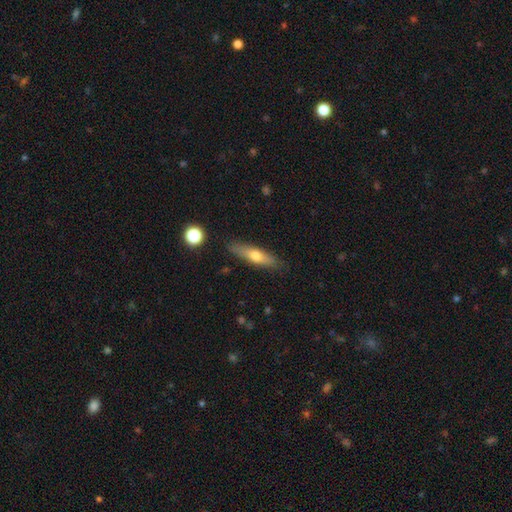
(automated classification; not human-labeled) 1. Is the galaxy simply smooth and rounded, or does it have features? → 56% smooth, 37% featured or disk, 7% star or artifact.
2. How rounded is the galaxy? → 70% cigar-shaped, 27% in between, 3% round.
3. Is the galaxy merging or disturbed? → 85% none, 11% minor disturbance, 2% major disturbance, 2% merger.